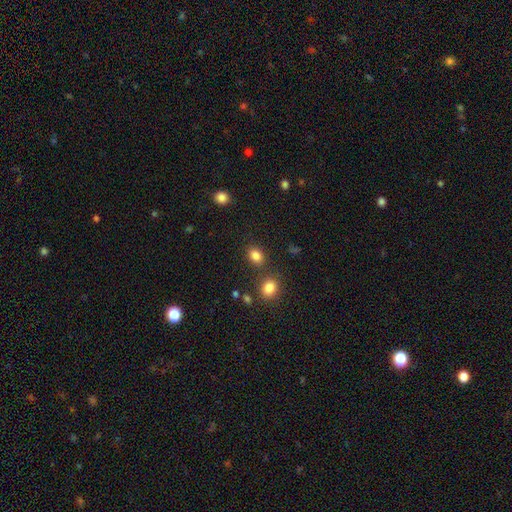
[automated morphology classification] Smooth or featured?
  - smooth: 85% *
  - star or artifact: 11%
  - featured or disk: 5%
How rounded?
  - in between: 65% *
  - round: 34%
  - cigar-shaped: 1%
Merging?
  - none: 76% *
  - minor disturbance: 11%
  - merger: 10%
  - major disturbance: 3%